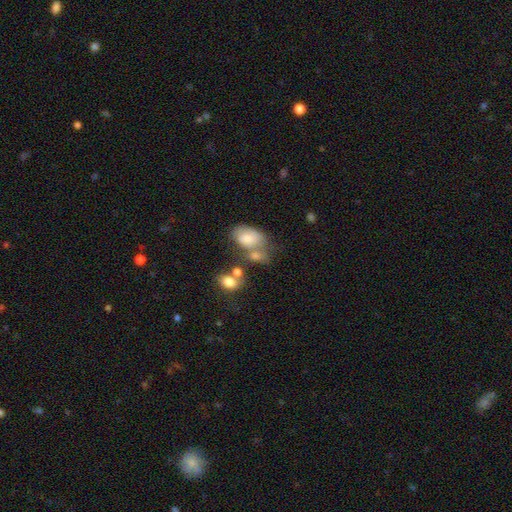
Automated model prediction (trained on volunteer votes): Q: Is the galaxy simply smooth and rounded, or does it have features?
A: smooth — 65%.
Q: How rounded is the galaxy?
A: in between — 85%.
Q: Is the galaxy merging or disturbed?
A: merger — 34%.